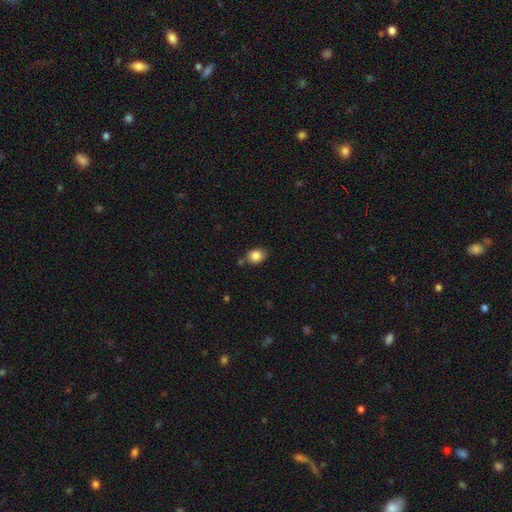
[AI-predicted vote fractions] The model was most divided on "how rounded": in between: 52%, round: 47%, cigar-shaped: 1%. More confident: smooth or featured — smooth (86%); merging — none (75%).